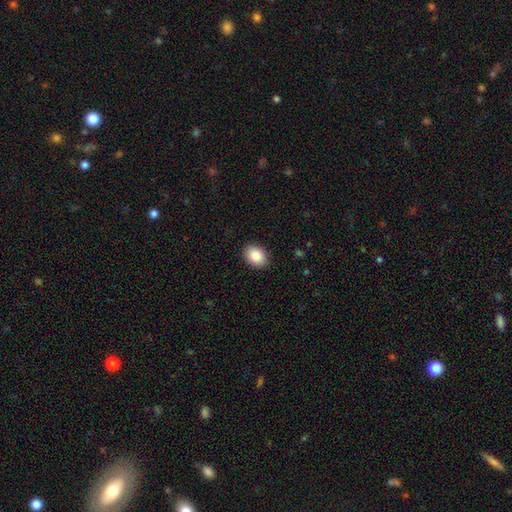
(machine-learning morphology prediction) smooth 88%, star or artifact 7%, featured or disk 5%. Down the decision tree: how rounded — in between (68%); merging — none (90%).